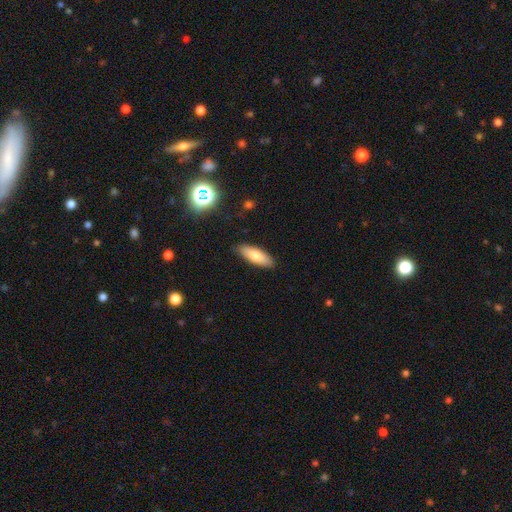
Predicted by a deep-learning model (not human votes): smooth 78%, featured or disk 16%, star or artifact 7%. Down the decision tree: how rounded — in between (63%); merging — none (87%).